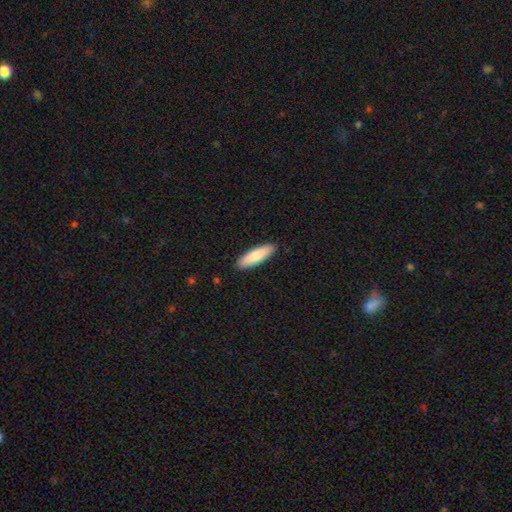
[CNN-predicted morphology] Smooth or featured? smooth (84%)
How rounded? cigar-shaped (58%)
Merging? none (90%)